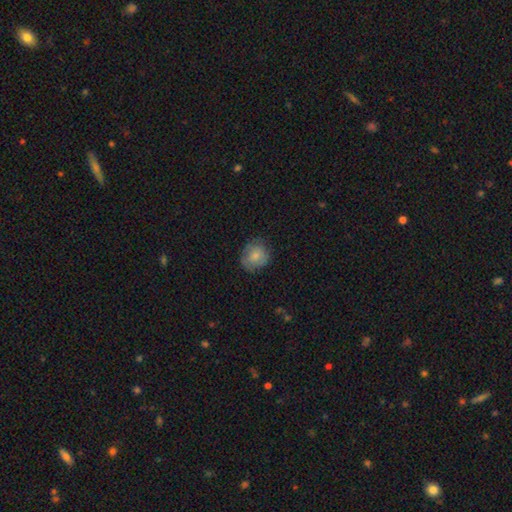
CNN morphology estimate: Smooth or featured? Predicted: smooth (p=0.77). How rounded? Predicted: round (p=0.78). Merging? Predicted: none (p=0.74).